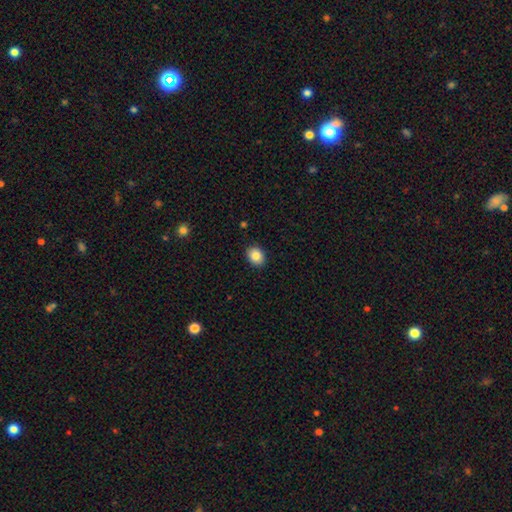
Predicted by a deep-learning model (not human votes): Smooth or featured: smooth — 85% (star or artifact — 9%)
How rounded: in between — 53% (round — 46%)
Merging: none — 90% (minor disturbance — 7%)